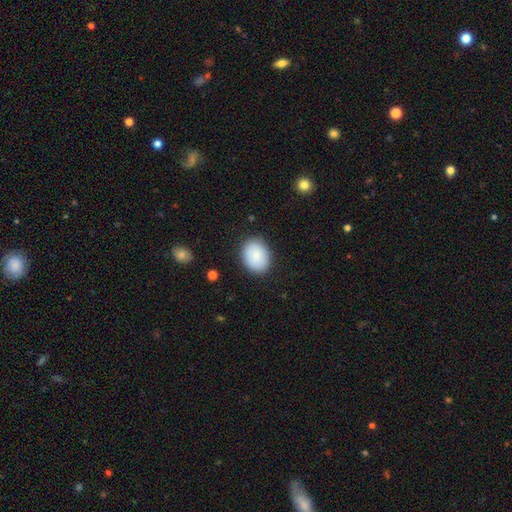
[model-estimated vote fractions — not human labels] Smooth or featured? Predicted: smooth (p=0.87). How rounded? Predicted: in between (p=0.64). Merging? Predicted: none (p=0.85).